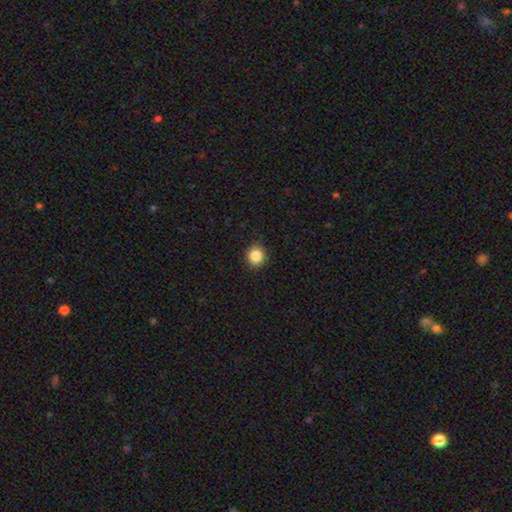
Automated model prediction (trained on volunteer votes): A smooth galaxy with no disk features (86%) that is round (90%).

Vote fractions:
- Smooth or featured? smooth: 86% / star or artifact: 10% / featured or disk: 4%
- How rounded? round: 90% / in between: 9% / cigar-shaped: 1%
- Merging? none: 91% / minor disturbance: 6% / major disturbance: 2% / merger: 1%